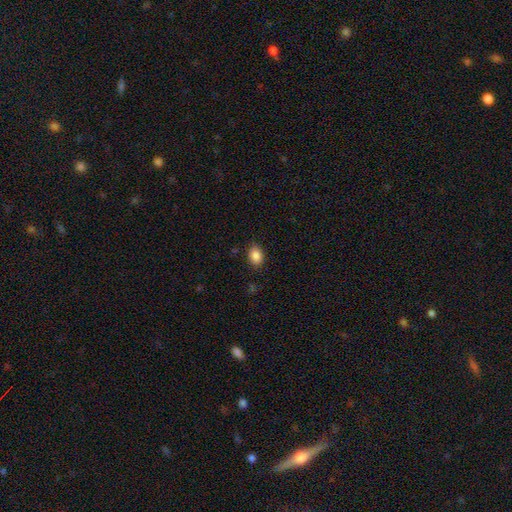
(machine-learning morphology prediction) smooth-or-featured: smooth: 87% | star or artifact: 9% | featured or disk: 4%
  how-rounded: in between: 75% | round: 24% | cigar-shaped: 1%
  merging: none: 85% | minor disturbance: 11% | major disturbance: 3% | merger: 1%